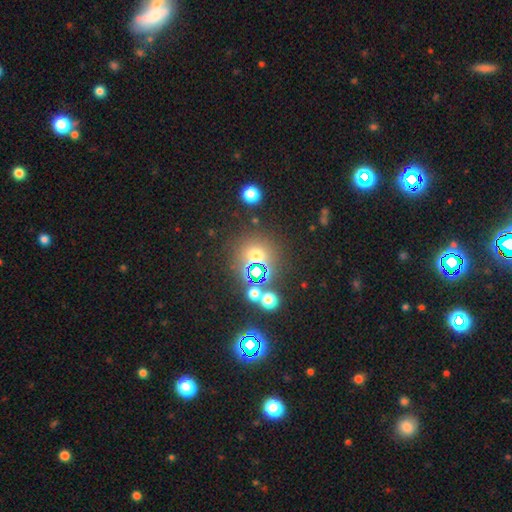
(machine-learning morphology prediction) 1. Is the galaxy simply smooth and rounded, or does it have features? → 54% smooth, 37% star or artifact, 9% featured or disk.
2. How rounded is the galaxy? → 87% round, 12% in between, 1% cigar-shaped.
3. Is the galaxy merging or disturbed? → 74% none, 13% merger, 9% minor disturbance, 5% major disturbance.